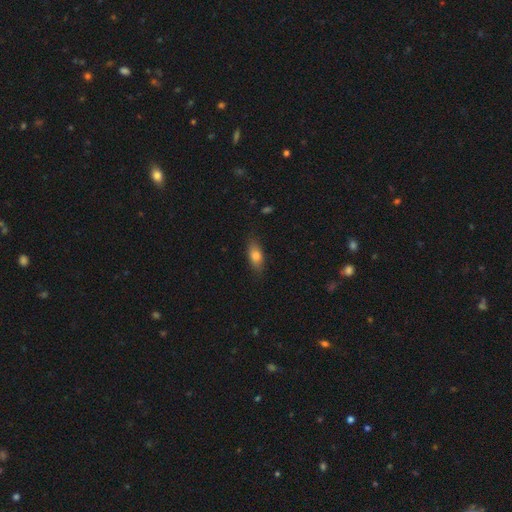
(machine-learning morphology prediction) Q: Smooth or featured?
A: smooth (77%); runner-up: featured or disk (15%)
Q: How rounded?
A: in between (81%); runner-up: cigar-shaped (14%)
Q: Merging?
A: none (82%); runner-up: minor disturbance (14%)